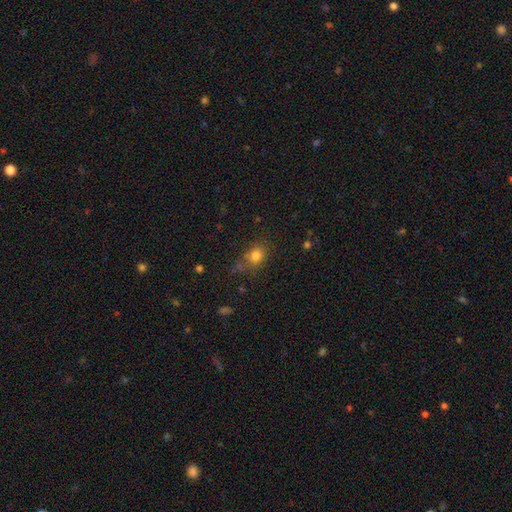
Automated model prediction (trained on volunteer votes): Smooth or featured? smooth (79%)
How rounded? in between (51%)
Merging? none (62%)